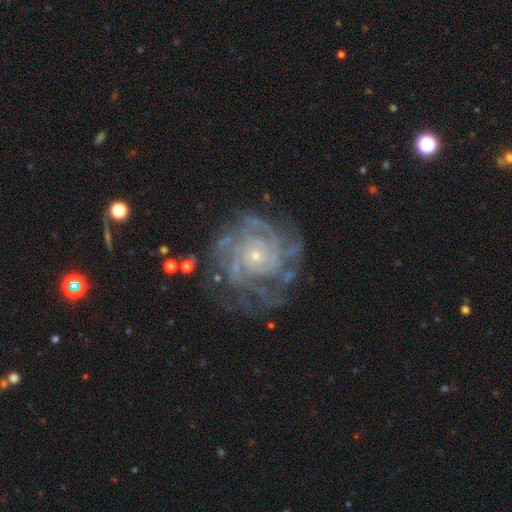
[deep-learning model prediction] Overall: featured or disk (88%). Edge-on disk: no (97%). Bar: no (83%). Spiral arms: yes (96%). Spiral arm count: can't tell (29%; 4 23%). Spiral winding: tight (74%). Bulge size: small (81%). Merging: none (70%).